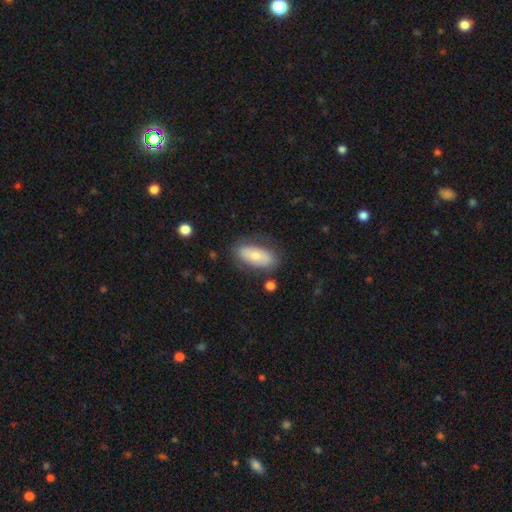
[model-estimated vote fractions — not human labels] smooth 62%, featured or disk 31%, star or artifact 6%. Down the decision tree: how rounded — in between (87%); merging — none (74%).